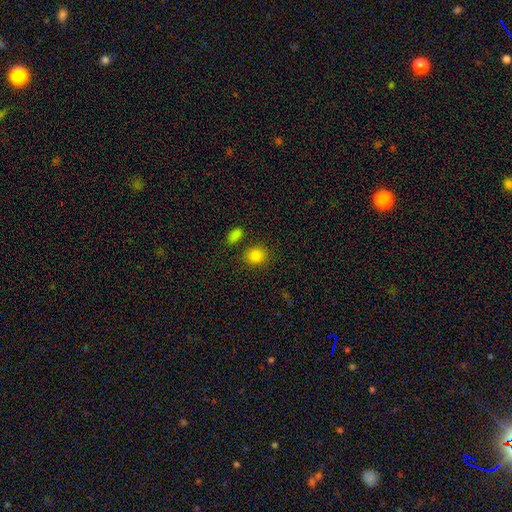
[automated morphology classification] smooth_or_featured: smooth (p=0.84) [alt: star or artifact p=0.11]
how_rounded: round (p=0.75) [alt: in between p=0.24]
merging: none (p=0.80) [alt: minor disturbance p=0.09]